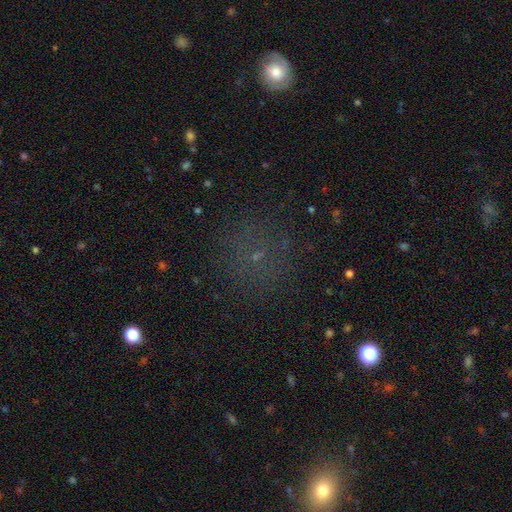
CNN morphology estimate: A smooth galaxy with no disk features (47%).

Vote fractions:
- Smooth or featured? smooth: 47% / star or artifact: 42% / featured or disk: 12%
- Merging? none: 82% / minor disturbance: 10% / major disturbance: 6% / merger: 2%